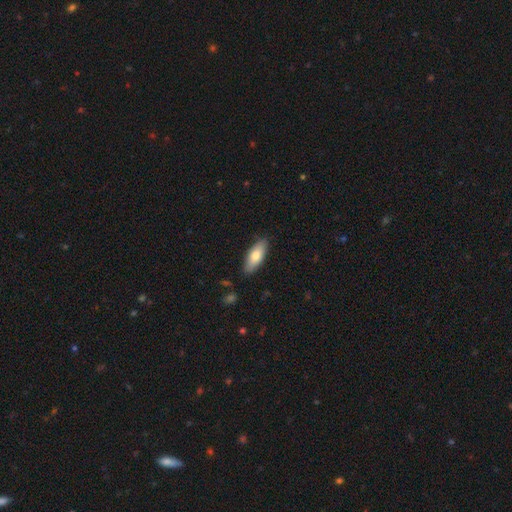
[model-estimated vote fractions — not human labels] Smooth or featured: smooth — 74% (featured or disk — 21%)
How rounded: in between — 72% (cigar-shaped — 26%)
Merging: none — 87% (minor disturbance — 10%)